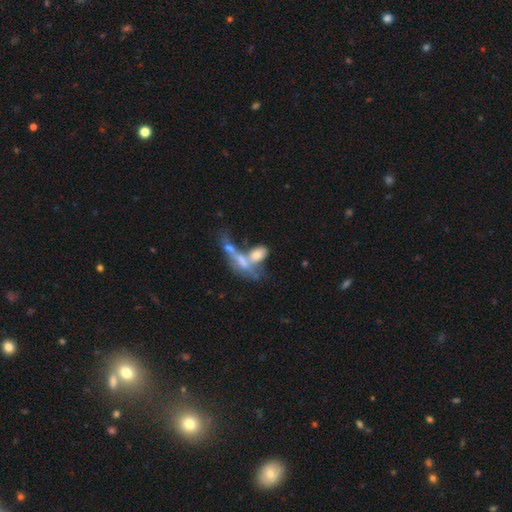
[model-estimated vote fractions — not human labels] Smooth or featured?
  - smooth: 46% *
  - featured or disk: 41%
  - star or artifact: 13%
Merging?
  - merger: 60% *
  - none: 16%
  - major disturbance: 15%
  - minor disturbance: 8%